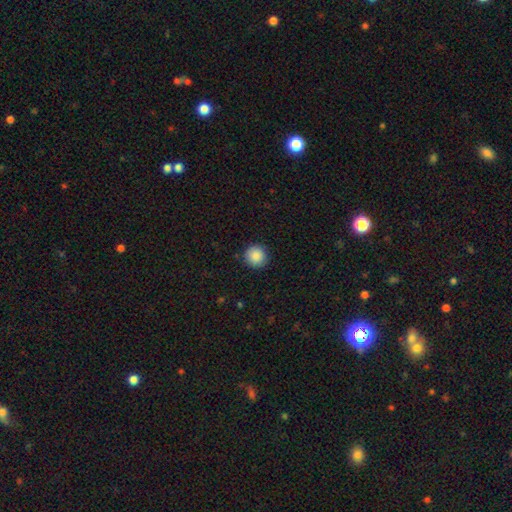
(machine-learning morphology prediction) smooth 88%, star or artifact 8%, featured or disk 3%. Down the decision tree: how rounded — round (94%); merging — none (90%).